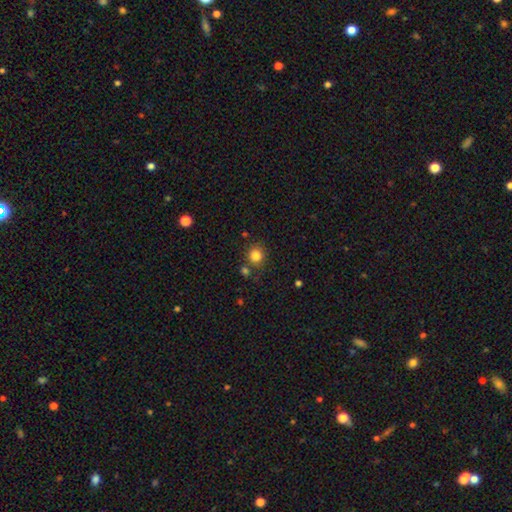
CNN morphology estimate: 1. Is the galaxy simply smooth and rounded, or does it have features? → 83% smooth, 12% star or artifact, 5% featured or disk.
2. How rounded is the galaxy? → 89% round, 10% in between, 1% cigar-shaped.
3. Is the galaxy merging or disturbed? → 77% none, 10% minor disturbance, 10% merger, 3% major disturbance.